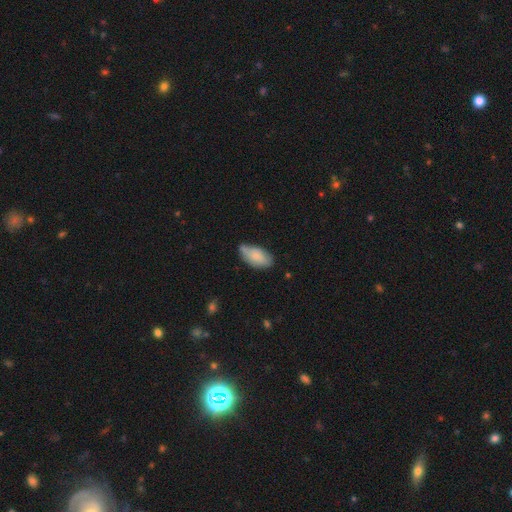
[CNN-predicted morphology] smooth-or-featured: smooth: 76% | featured or disk: 18% | star or artifact: 7%
  how-rounded: in between: 93% | cigar-shaped: 4% | round: 3%
  merging: none: 53% | minor disturbance: 34% | merger: 7% | major disturbance: 7%